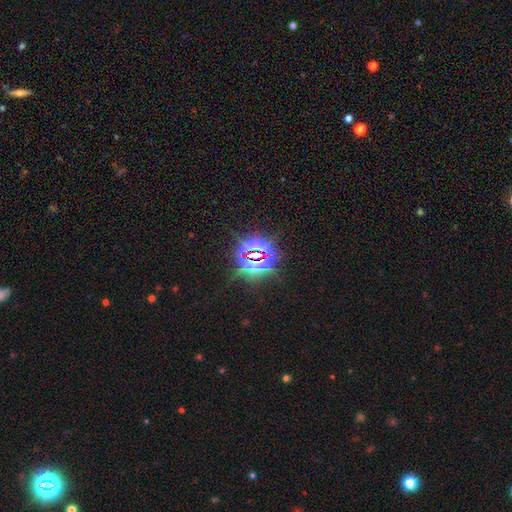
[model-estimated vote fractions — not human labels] Morphology: type=star or artifact (82%).